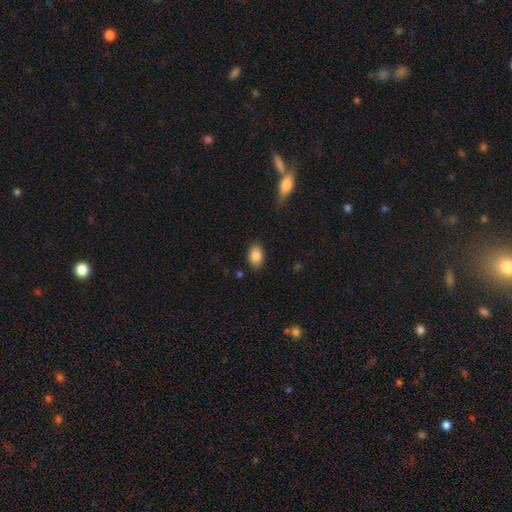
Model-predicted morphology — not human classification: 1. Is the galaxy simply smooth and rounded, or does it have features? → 86% smooth, 8% star or artifact, 7% featured or disk.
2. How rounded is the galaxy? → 84% in between, 15% round, 1% cigar-shaped.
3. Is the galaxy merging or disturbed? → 85% none, 11% minor disturbance, 3% major disturbance, 2% merger.